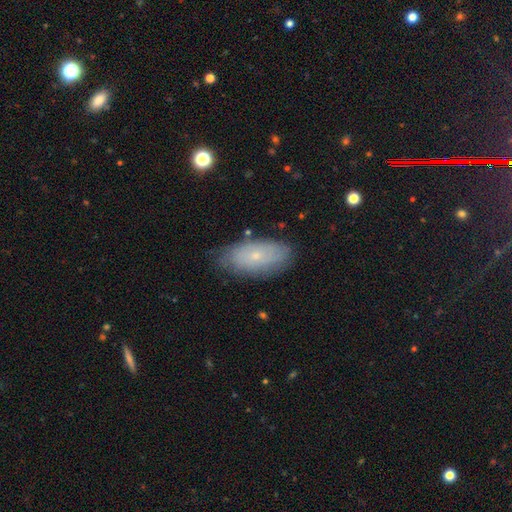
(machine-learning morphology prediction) A smooth galaxy with no disk features (57%) that is in between round and cigar-shaped (91%). Merging: none (76%).